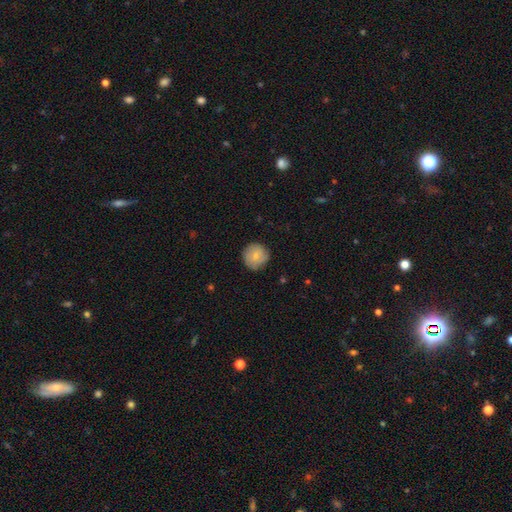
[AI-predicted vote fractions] Smooth or featured: smooth — 77% (featured or disk — 15%)
How rounded: round — 94% (in between — 5%)
Merging: none — 82% (minor disturbance — 14%)